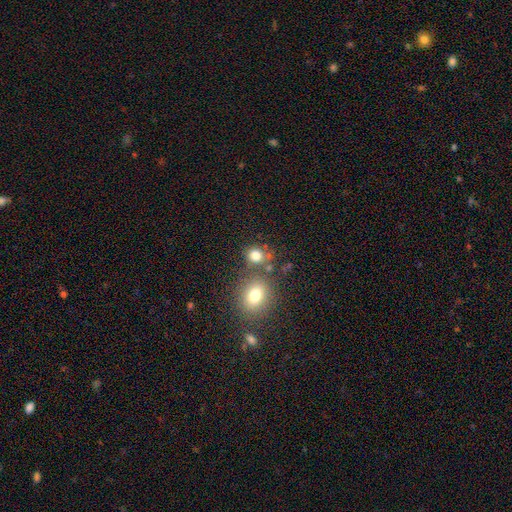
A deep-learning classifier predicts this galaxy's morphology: Smooth or featured: smooth — 78% (star or artifact — 14%)
How rounded: round — 71% (in between — 28%)
Merging: none — 62% (merger — 21%)